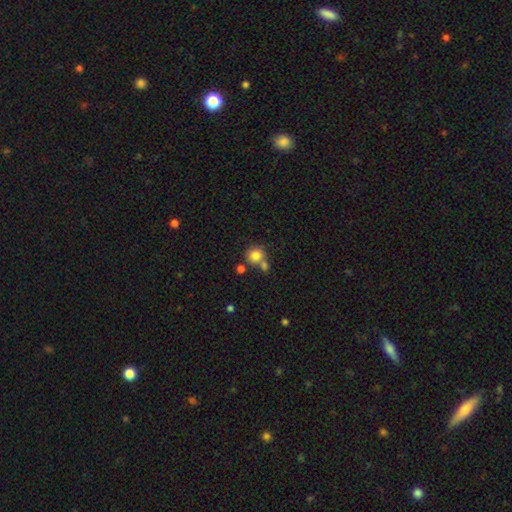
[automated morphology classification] Smooth or featured?
  - smooth: 82% *
  - star or artifact: 10%
  - featured or disk: 8%
How rounded?
  - round: 86% *
  - in between: 13%
  - cigar-shaped: 1%
Merging?
  - none: 56% *
  - merger: 29%
  - minor disturbance: 11%
  - major disturbance: 4%